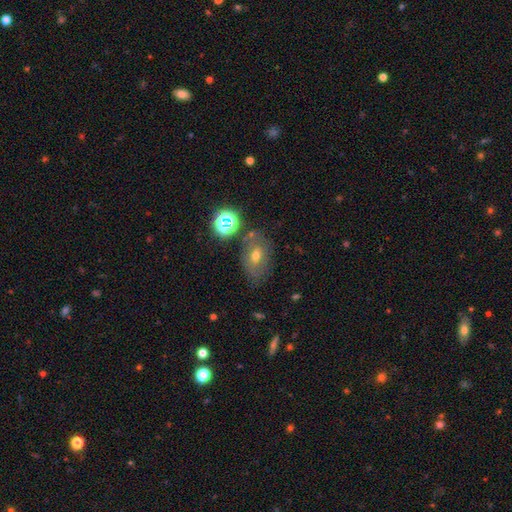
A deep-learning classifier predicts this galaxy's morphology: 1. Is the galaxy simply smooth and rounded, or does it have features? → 51% smooth, 29% featured or disk, 19% star or artifact.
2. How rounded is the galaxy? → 76% in between, 23% round, 2% cigar-shaped.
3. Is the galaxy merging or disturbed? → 63% none, 20% minor disturbance, 9% major disturbance, 8% merger.